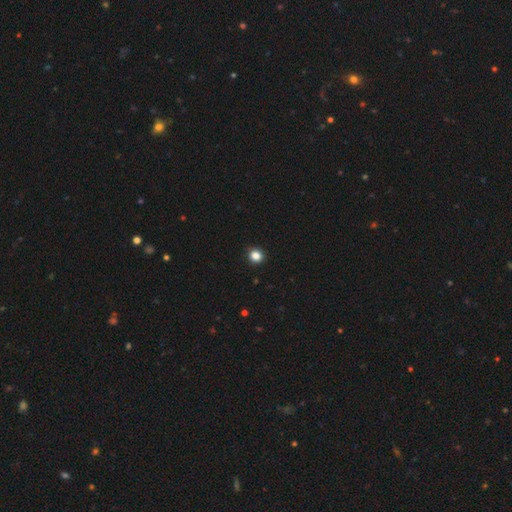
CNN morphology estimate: The model was most divided on "smooth or featured": smooth: 85%, star or artifact: 12%, featured or disk: 3%. More confident: merging — none (92%); how rounded — round (90%).